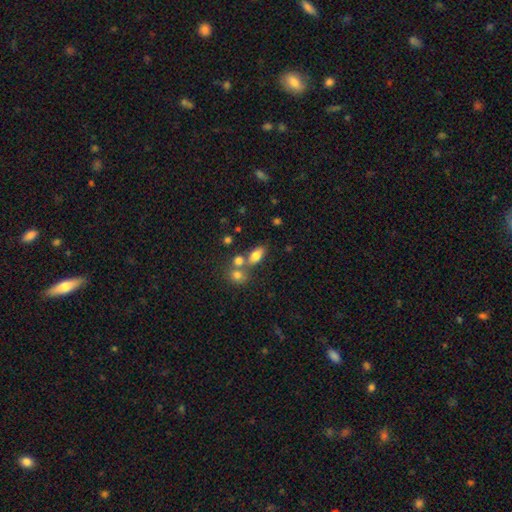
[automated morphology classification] smooth-or-featured: smooth: 77% | featured or disk: 13% | star or artifact: 11%
  how-rounded: in between: 83% | round: 11% | cigar-shaped: 5%
  merging: none: 53% | merger: 31% | minor disturbance: 11% | major disturbance: 5%